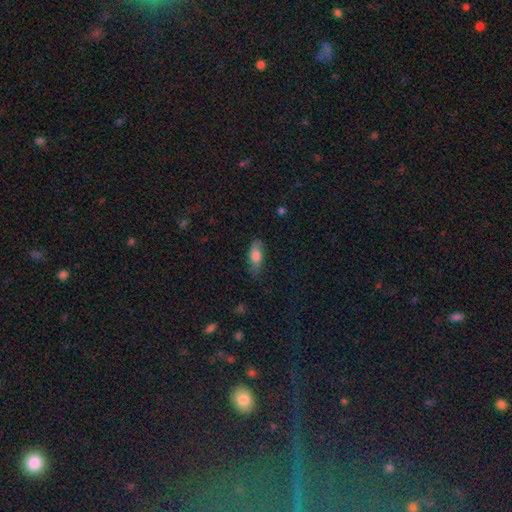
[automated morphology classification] type=smooth (74%); roundness=in between (77%); merging=none (72%).